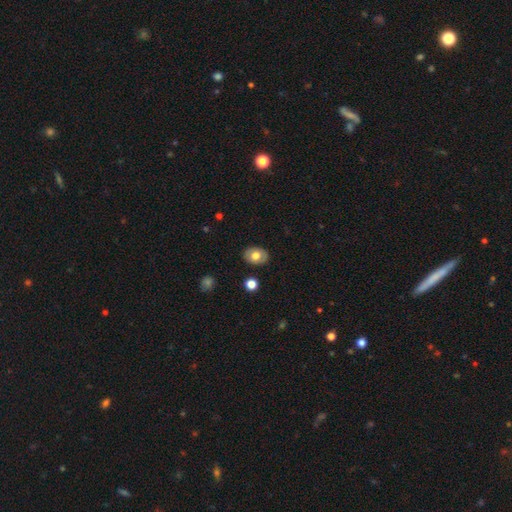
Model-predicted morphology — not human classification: Q: Smooth or featured?
A: smooth (66%); runner-up: featured or disk (27%)
Q: How rounded?
A: in between (70%); runner-up: round (29%)
Q: Merging?
A: none (87%); runner-up: minor disturbance (9%)